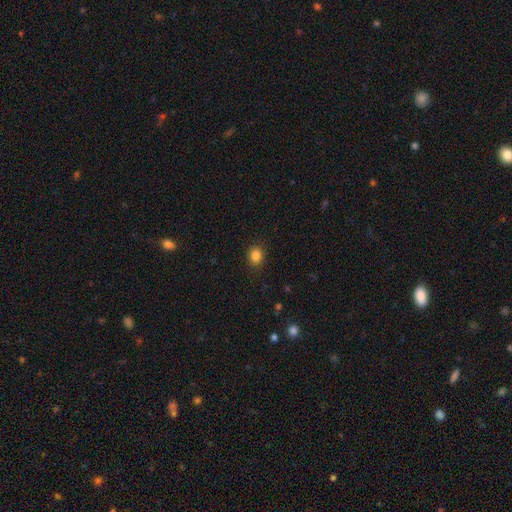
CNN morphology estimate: Overall: smooth (85%). How rounded: round (64%; in between 35%). Merging: none (89%).